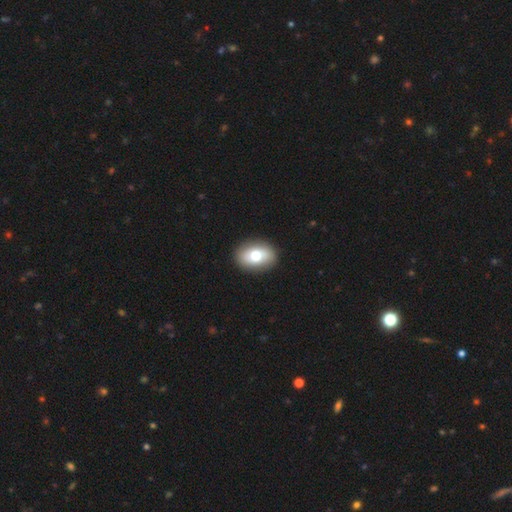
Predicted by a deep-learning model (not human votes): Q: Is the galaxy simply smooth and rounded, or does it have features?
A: smooth — 71%.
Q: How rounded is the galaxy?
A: in between — 81%.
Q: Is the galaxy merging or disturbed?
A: none — 90%.